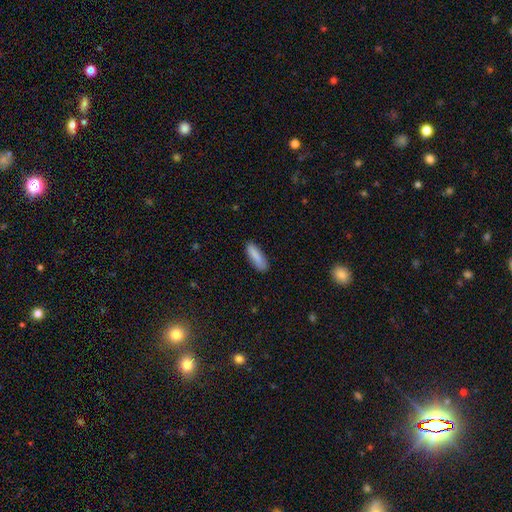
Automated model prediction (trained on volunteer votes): This appears to be a smooth galaxy with no disk features (86%) that is in between round and cigar-shaped (54%). Merging: none (83%).